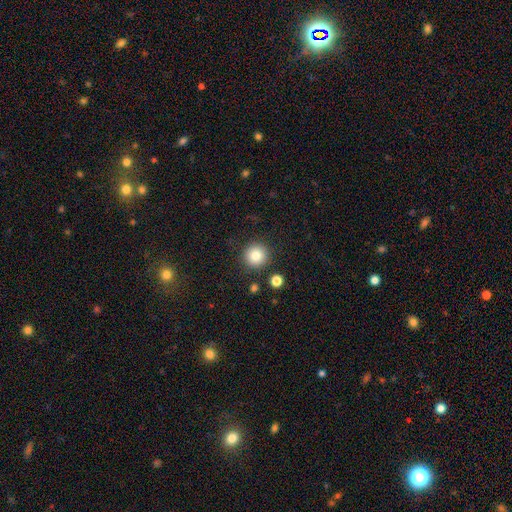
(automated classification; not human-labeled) Q: Smooth or featured?
A: smooth (83%); runner-up: star or artifact (11%)
Q: How rounded?
A: round (95%); runner-up: in between (4%)
Q: Merging?
A: none (89%); runner-up: minor disturbance (6%)